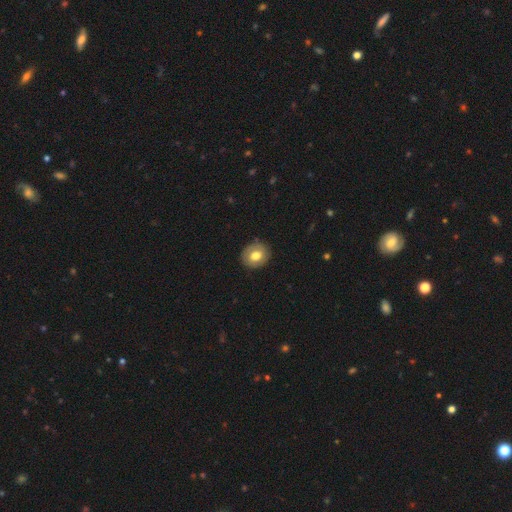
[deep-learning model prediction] This is likely a smooth galaxy (70%). How rounded: likely round (67%). Merging: clearly none (86%).